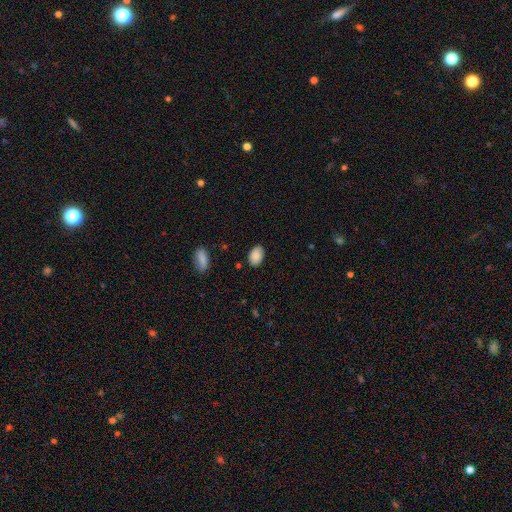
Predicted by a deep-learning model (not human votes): Morphology: type=smooth (88%); roundness=in between (88%); merging=none (85%).